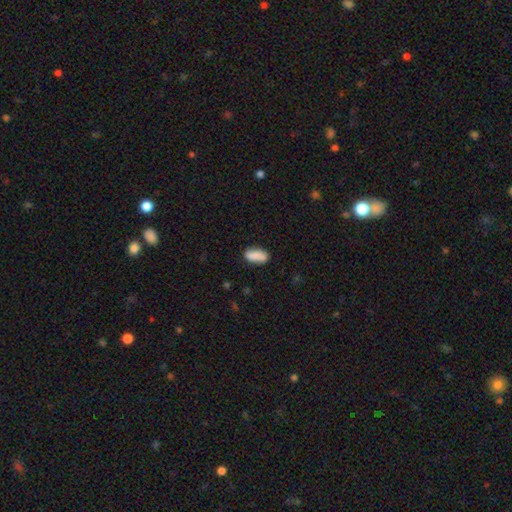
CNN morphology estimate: type=smooth (84%); roundness=in between (87%); merging=none (75%).